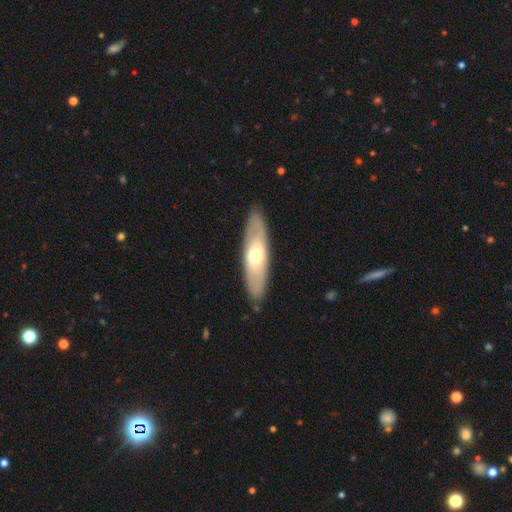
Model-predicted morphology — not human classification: The model was most divided on "smooth or featured": featured or disk: 50%, smooth: 46%, star or artifact: 5%. More confident: merging — none (87%).